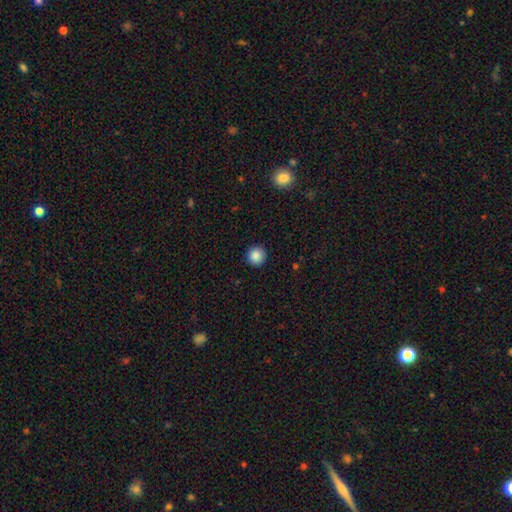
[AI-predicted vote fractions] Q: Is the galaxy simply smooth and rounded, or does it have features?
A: smooth — 87%.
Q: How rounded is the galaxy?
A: round — 95%.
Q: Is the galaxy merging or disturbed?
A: none — 92%.